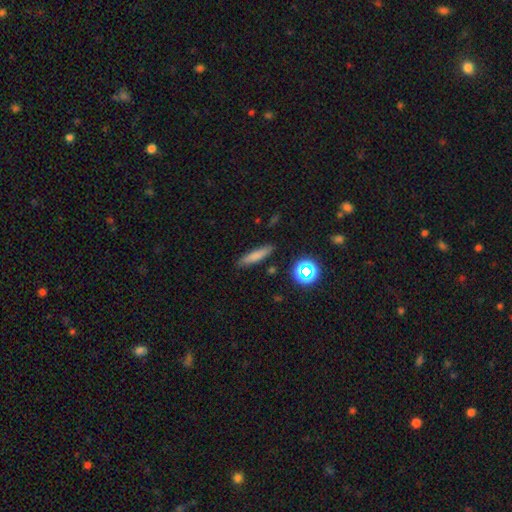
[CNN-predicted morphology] Smooth or featured? smooth (75%)
How rounded? cigar-shaped (81%)
Merging? none (85%)